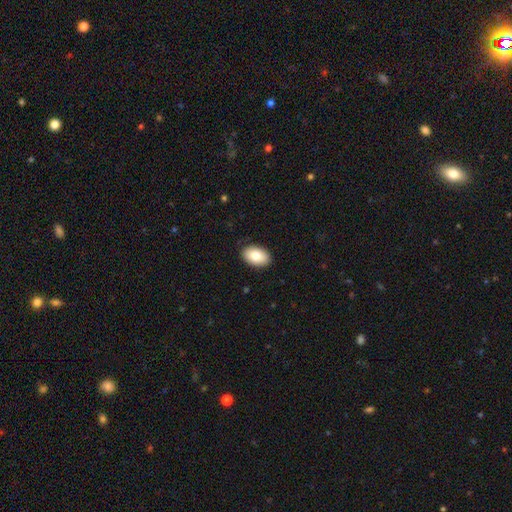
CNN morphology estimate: type=smooth (80%); roundness=in between (91%); merging=none (88%).